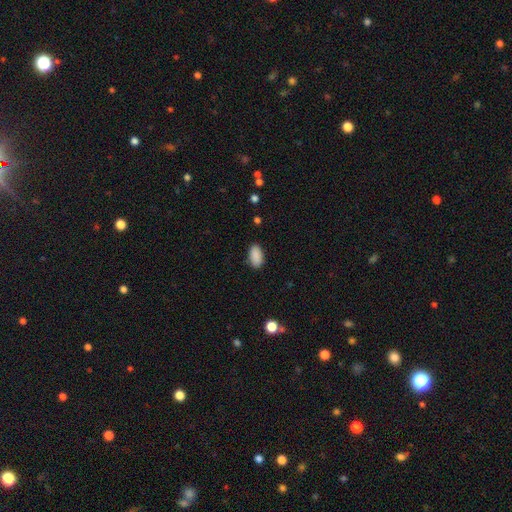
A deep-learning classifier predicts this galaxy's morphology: Smooth or featured? Predicted: smooth (p=0.89). How rounded? Predicted: in between (p=0.94). Merging? Predicted: none (p=0.87).